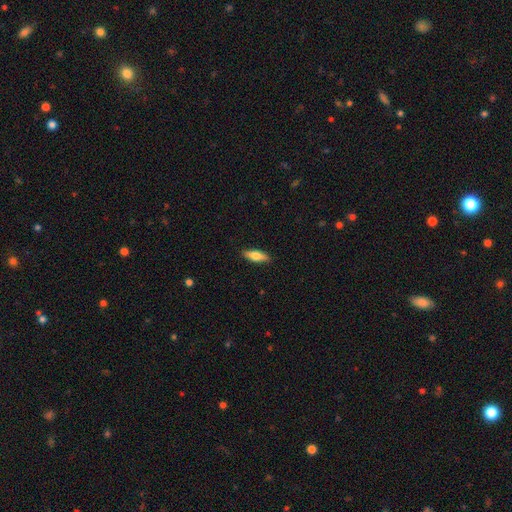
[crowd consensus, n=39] A smooth galaxy with no disk features (77%) that is in between round and cigar-shaped (63%). Merging: none (87%).